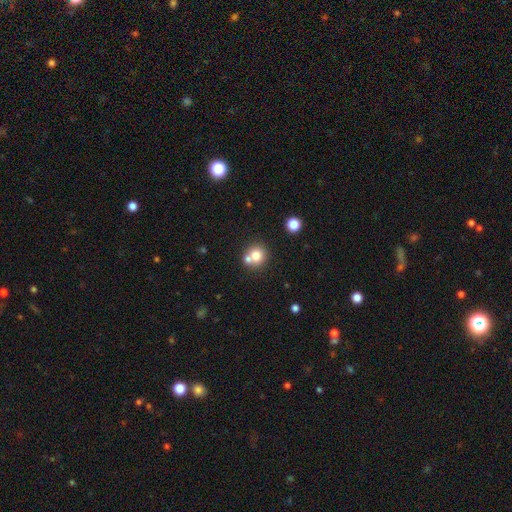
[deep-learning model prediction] smooth-or-featured: smooth: 75% | featured or disk: 13% | star or artifact: 12%
  how-rounded: round: 89% | in between: 10% | cigar-shaped: 1%
  merging: none: 57% | merger: 33% | minor disturbance: 8% | major disturbance: 3%